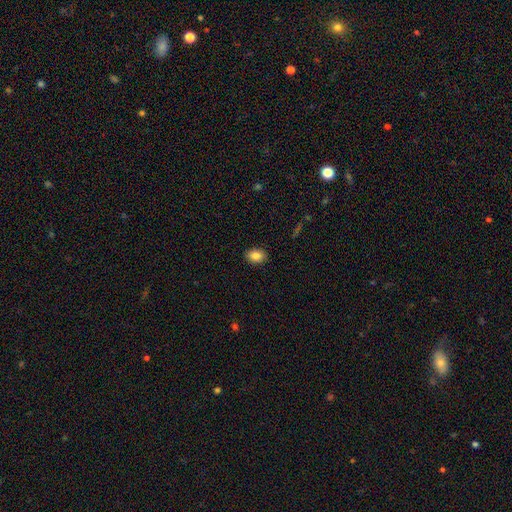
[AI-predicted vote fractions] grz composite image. It shows a smooth galaxy with no disk features (86%) that is in between round and cigar-shaped (73%). Merging: none (89%).